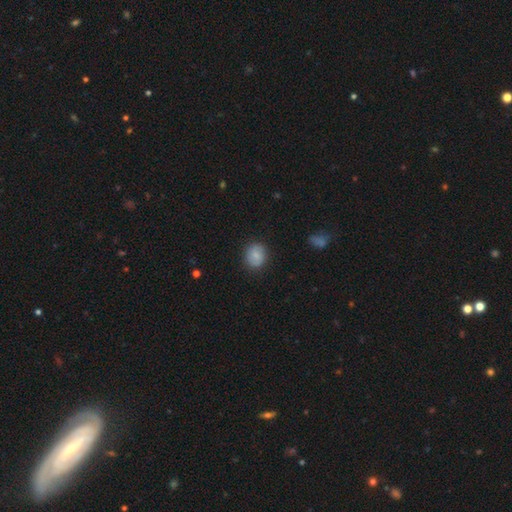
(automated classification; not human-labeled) This is clearly a smooth galaxy (83%). How rounded: likely round (79%). Merging: clearly none (86%).